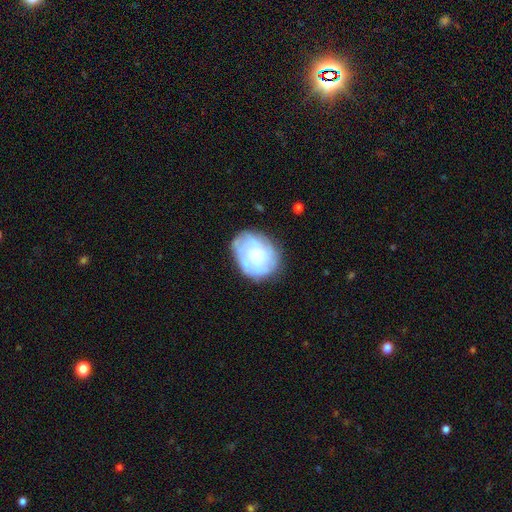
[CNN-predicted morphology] Overall: featured or disk (50%; smooth 43%). Merging: none (67%).